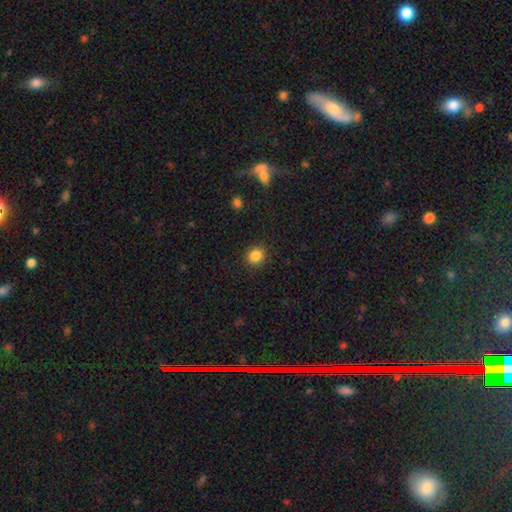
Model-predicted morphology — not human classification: This is clearly a smooth galaxy (86%). How rounded: likely round (74%). Merging: clearly none (90%).